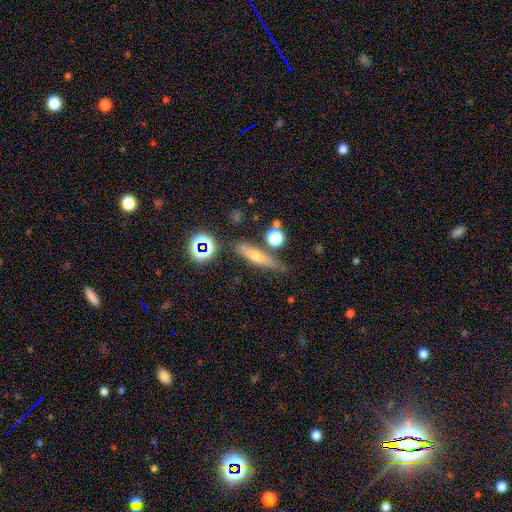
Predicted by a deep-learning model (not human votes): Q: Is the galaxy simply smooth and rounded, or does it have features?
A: featured or disk — 46%.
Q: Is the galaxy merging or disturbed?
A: none — 80%.